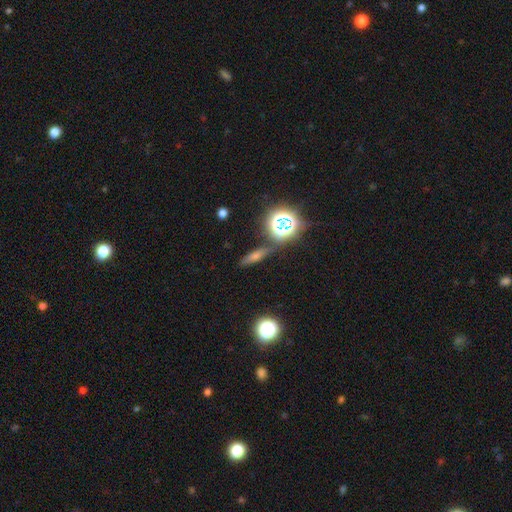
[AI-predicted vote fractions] Smooth or featured? smooth (39%)
Merging? none (82%)